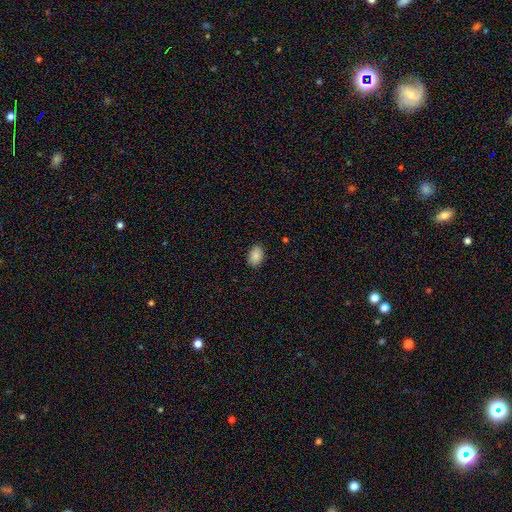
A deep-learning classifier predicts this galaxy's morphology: Smooth or featured: smooth — 88% (star or artifact — 7%)
How rounded: in between — 87% (round — 12%)
Merging: none — 89% (minor disturbance — 8%)